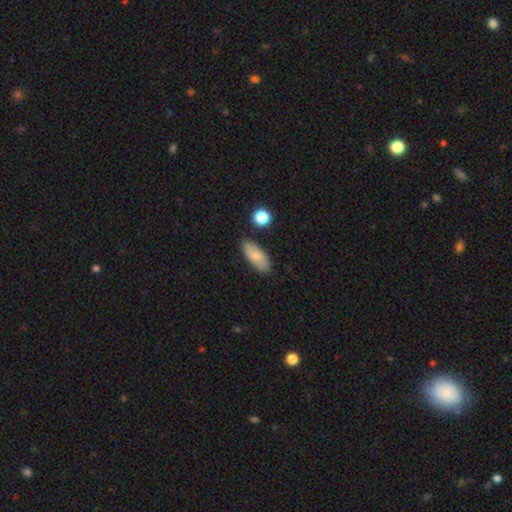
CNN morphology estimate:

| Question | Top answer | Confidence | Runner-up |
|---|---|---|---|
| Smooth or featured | smooth | 67% | featured or disk (26%) |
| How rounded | in between | 86% | cigar-shaped (10%) |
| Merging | none | 77% | minor disturbance (16%) |